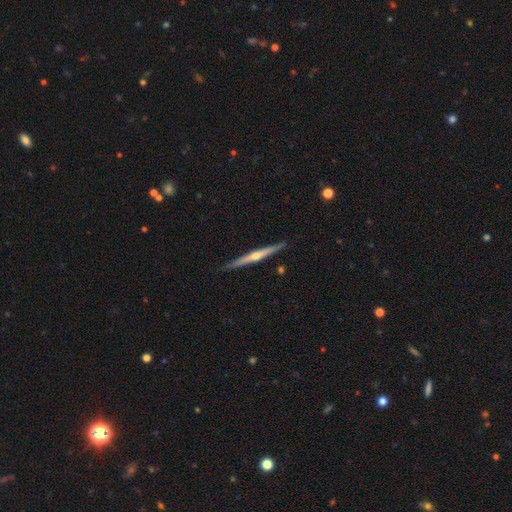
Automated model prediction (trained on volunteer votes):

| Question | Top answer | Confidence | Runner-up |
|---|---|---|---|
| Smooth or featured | featured or disk | 75% | smooth (19%) |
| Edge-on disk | yes | 98% | no (2%) |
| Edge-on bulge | rounded | 85% | none (12%) |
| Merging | none | 90% | minor disturbance (8%) |